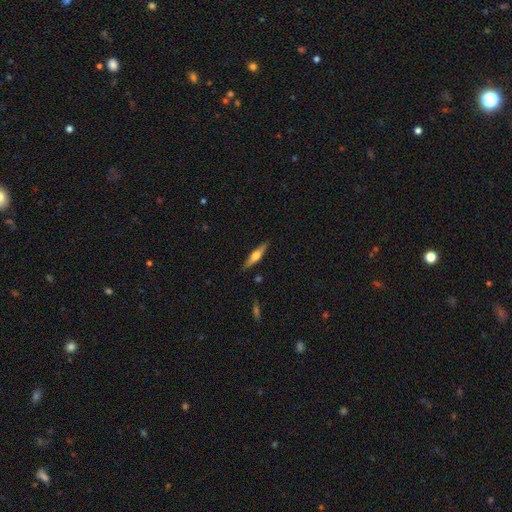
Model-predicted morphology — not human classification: Smooth or featured? Predicted: featured or disk (p=0.51). Edge-on disk? Predicted: yes (p=0.94). Merging? Predicted: none (p=0.88).